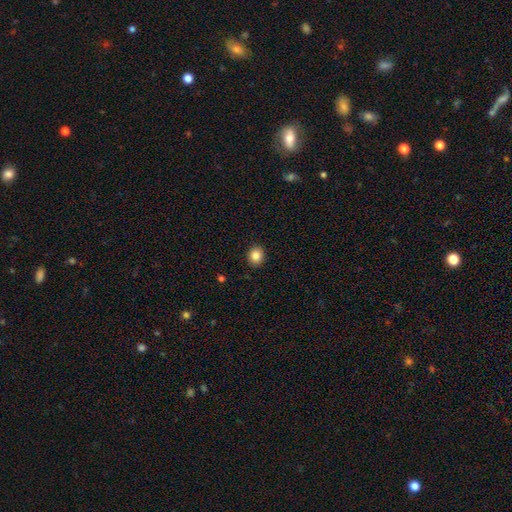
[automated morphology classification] Smooth or featured?
  - smooth: 85% *
  - star or artifact: 10%
  - featured or disk: 5%
How rounded?
  - round: 76% *
  - in between: 23%
  - cigar-shaped: 1%
Merging?
  - none: 91% *
  - minor disturbance: 6%
  - major disturbance: 2%
  - merger: 1%